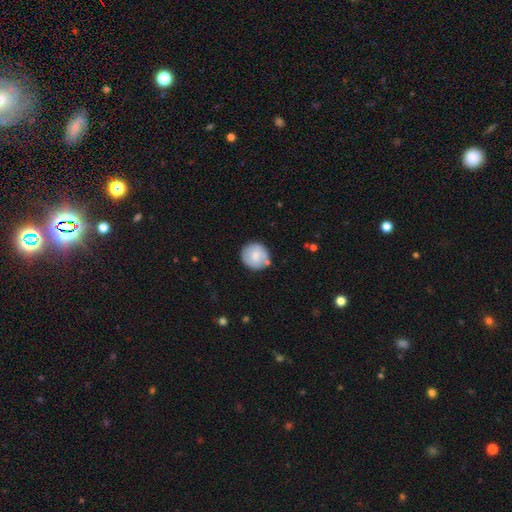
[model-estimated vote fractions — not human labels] smooth-or-featured: smooth: 74% | featured or disk: 20% | star or artifact: 7%
  how-rounded: round: 90% | in between: 9% | cigar-shaped: 1%
  merging: none: 77% | minor disturbance: 15% | merger: 5% | major disturbance: 3%